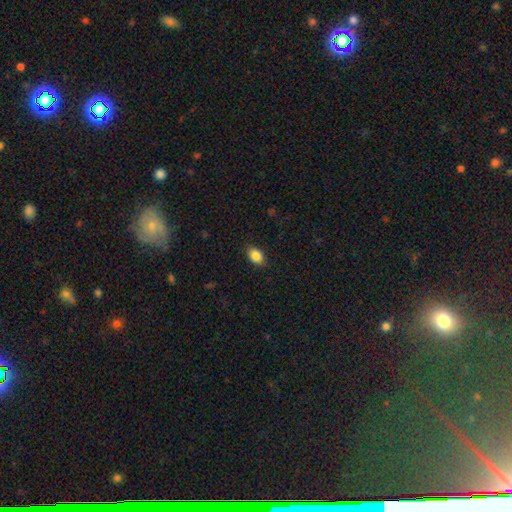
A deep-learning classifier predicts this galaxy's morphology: Smooth or featured? smooth (87%)
How rounded? in between (87%)
Merging? none (87%)